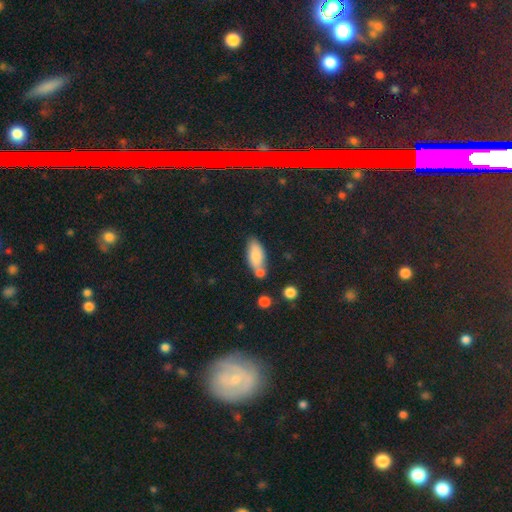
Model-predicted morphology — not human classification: Overall: smooth (79%). How rounded: in between (86%). Merging: none (56%; merger 22%).